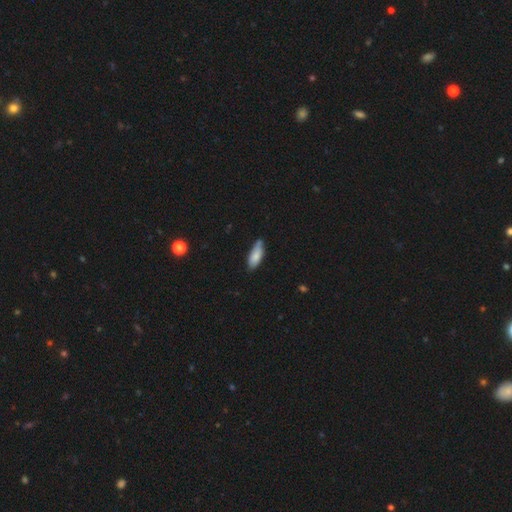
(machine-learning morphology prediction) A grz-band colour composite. It shows a smooth galaxy with no disk features (80%) that is in between round and cigar-shaped (72%). Merging: none (65%).